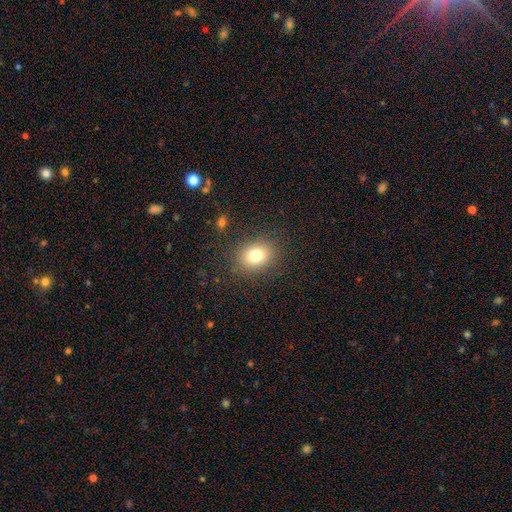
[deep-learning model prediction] A smooth galaxy with no disk features (78%) that is in between round and cigar-shaped (50%).

Vote fractions:
- Smooth or featured? smooth: 78% / star or artifact: 12% / featured or disk: 10%
- How rounded? in between: 50% / round: 49% / cigar-shaped: 1%
- Merging? none: 86% / minor disturbance: 9% / major disturbance: 4% / merger: 1%